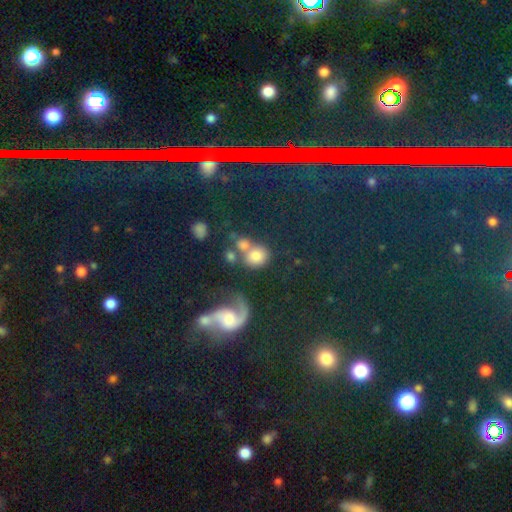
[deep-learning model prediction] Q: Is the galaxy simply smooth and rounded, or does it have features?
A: smooth — 70%.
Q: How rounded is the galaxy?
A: round — 77%.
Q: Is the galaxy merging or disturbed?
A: none — 43%.